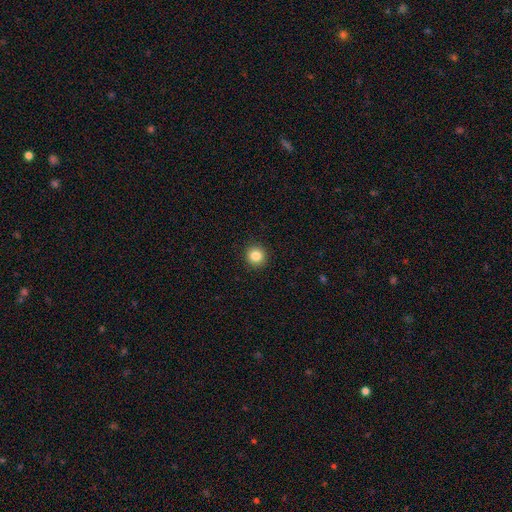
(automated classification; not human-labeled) smooth_or_featured: smooth (p=0.85) [alt: star or artifact p=0.10]
how_rounded: round (p=0.94) [alt: in between p=0.05]
merging: none (p=0.93) [alt: minor disturbance p=0.05]